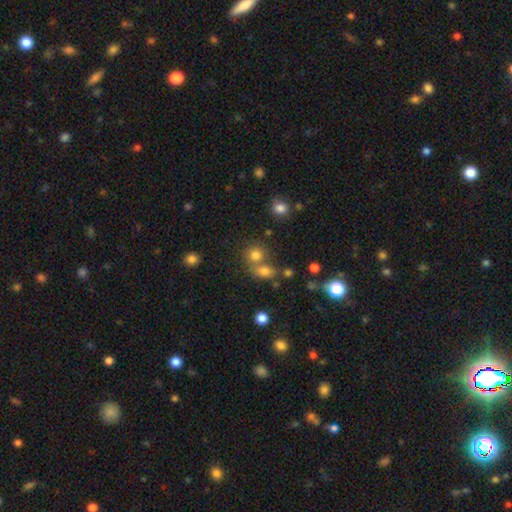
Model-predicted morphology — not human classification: smooth 74%, star or artifact 16%, featured or disk 9%. Down the decision tree: how rounded — round (75%); merging — none (49%).